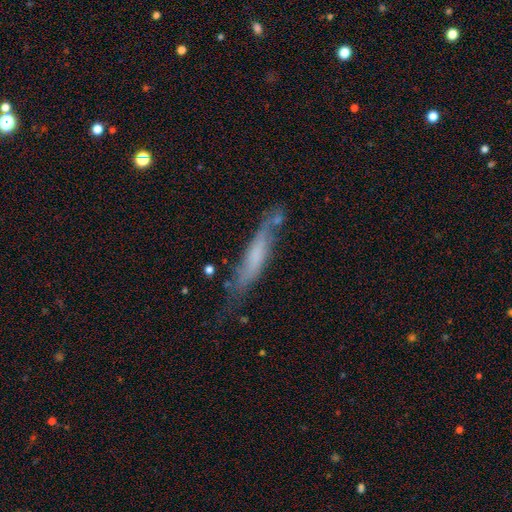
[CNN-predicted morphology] Smooth or featured? smooth (47%)
Merging? none (55%)